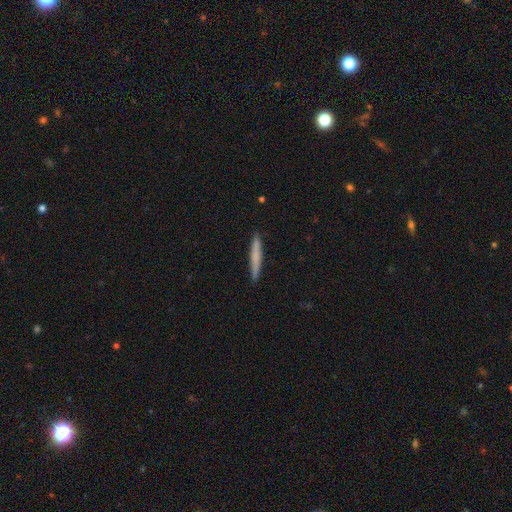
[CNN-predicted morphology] A smooth galaxy with no disk features (67%) that is cigar-shaped (96%).

Vote fractions:
- Smooth or featured? smooth: 67% / featured or disk: 27% / star or artifact: 6%
- How rounded? cigar-shaped: 96% / in between: 3% / round: 1%
- Merging? none: 91% / minor disturbance: 7% / major disturbance: 1% / merger: 1%